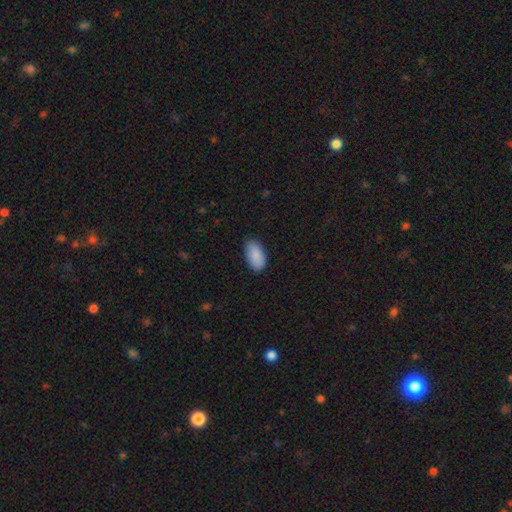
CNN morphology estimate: smooth-or-featured: smooth: 89% | star or artifact: 6% | featured or disk: 5%
  how-rounded: in between: 95% | cigar-shaped: 3% | round: 2%
  merging: none: 85% | minor disturbance: 12% | major disturbance: 2% | merger: 1%